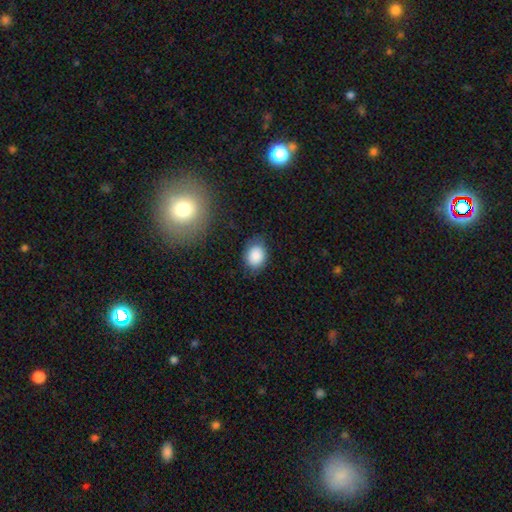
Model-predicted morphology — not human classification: Smooth or featured?
  - smooth: 87% *
  - star or artifact: 8%
  - featured or disk: 5%
How rounded?
  - in between: 58% *
  - round: 41%
  - cigar-shaped: 1%
Merging?
  - none: 78% *
  - minor disturbance: 16%
  - major disturbance: 4%
  - merger: 2%